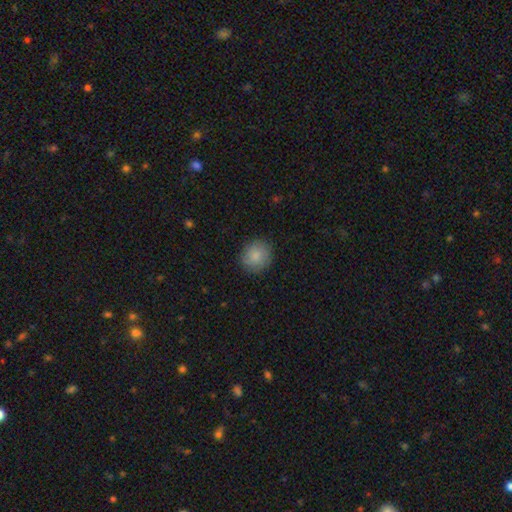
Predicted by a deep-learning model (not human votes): Smooth or featured? Predicted: smooth (p=0.86). How rounded? Predicted: round (p=0.83). Merging? Predicted: none (p=0.86).